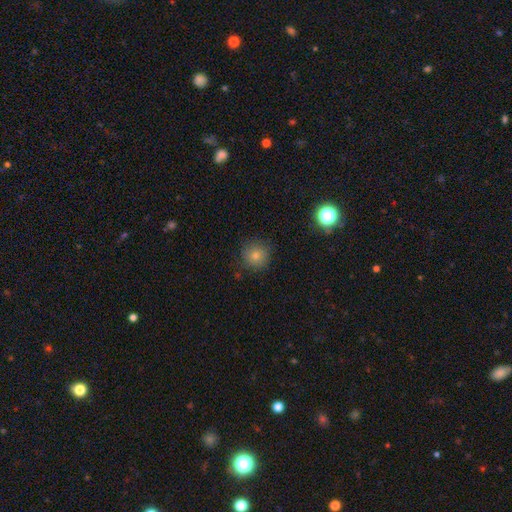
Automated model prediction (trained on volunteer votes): A smooth galaxy with no disk features (79%) that is round (93%).

Vote fractions:
- Smooth or featured? smooth: 79% / star or artifact: 13% / featured or disk: 8%
- How rounded? round: 93% / in between: 7% / cigar-shaped: 1%
- Merging? none: 86% / minor disturbance: 10% / major disturbance: 3% / merger: 1%